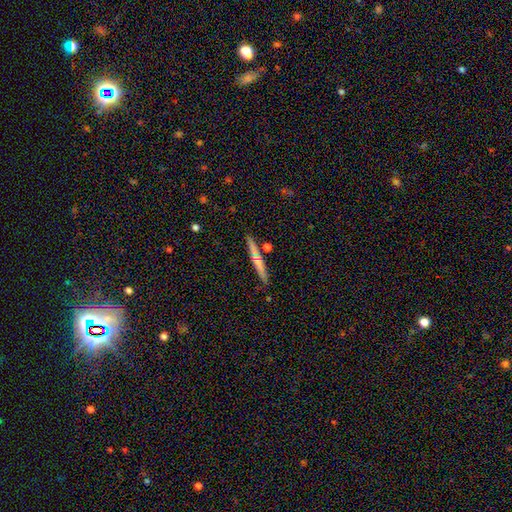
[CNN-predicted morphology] Smooth or featured? smooth (55%)
How rounded? cigar-shaped (96%)
Merging? none (89%)